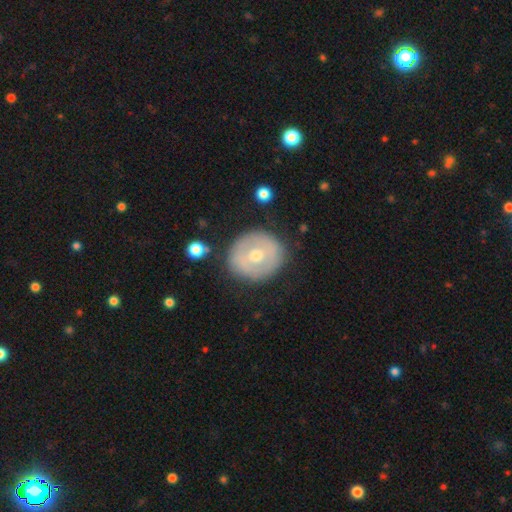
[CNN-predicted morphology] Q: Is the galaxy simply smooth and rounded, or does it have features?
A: featured or disk — 50%.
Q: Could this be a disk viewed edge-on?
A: no — 95%.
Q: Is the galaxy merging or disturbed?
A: none — 84%.